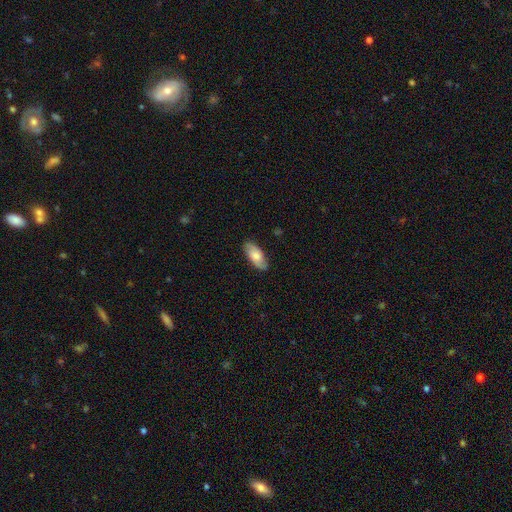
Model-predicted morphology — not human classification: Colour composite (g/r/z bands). It shows a smooth galaxy with no disk features (56%) that is in between round and cigar-shaped (86%). Merging: none (84%).